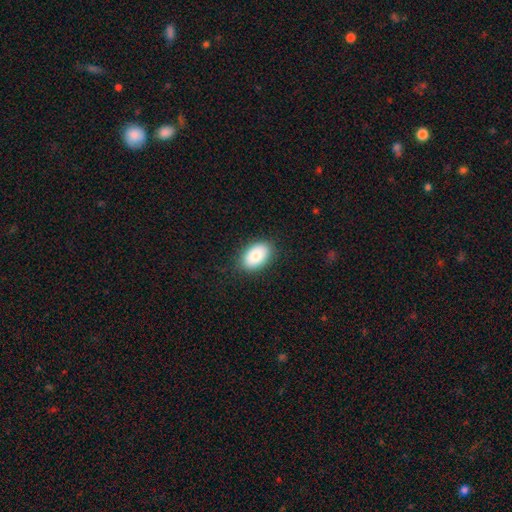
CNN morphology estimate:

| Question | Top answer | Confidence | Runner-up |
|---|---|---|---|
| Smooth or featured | smooth | 84% | featured or disk (10%) |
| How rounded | in between | 91% | round (8%) |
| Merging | none | 86% | minor disturbance (10%) |